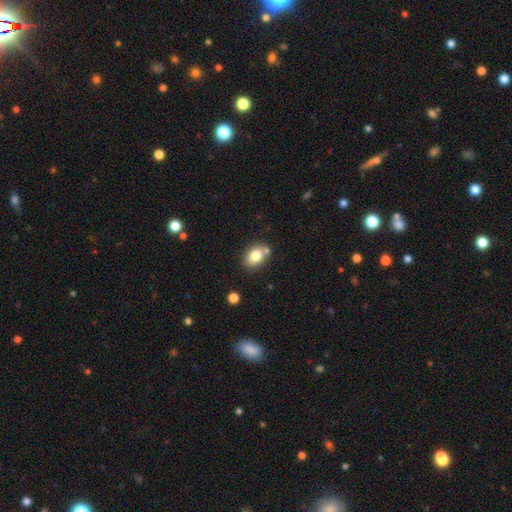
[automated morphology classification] Smooth or featured? smooth (80%)
How rounded? in between (75%)
Merging? none (70%)